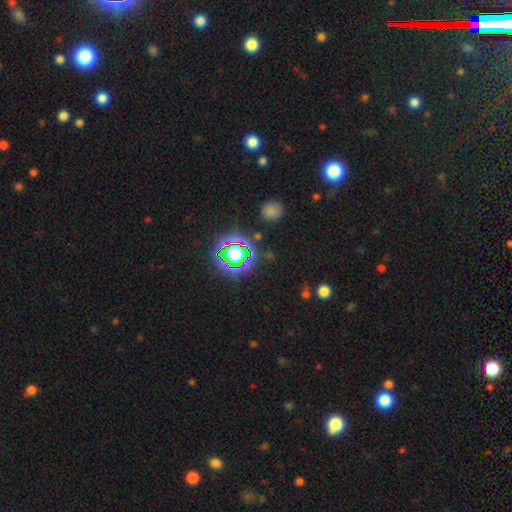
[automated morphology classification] Smooth or featured: star or artifact — 80% (smooth — 13%)